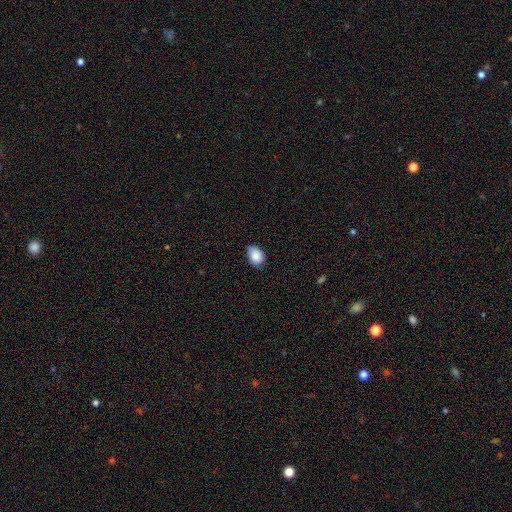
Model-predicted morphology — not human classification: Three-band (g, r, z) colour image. It shows a smooth galaxy with no disk features (88%) that is in between round and cigar-shaped (80%). Merging: none (69%).